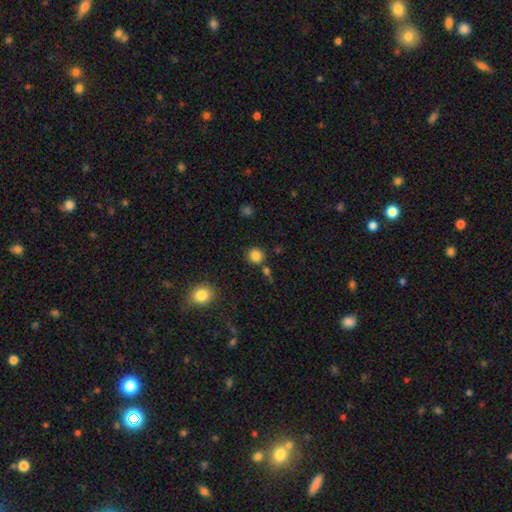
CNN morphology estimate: Smooth or featured? Predicted: smooth (p=0.85). How rounded? Predicted: round (p=0.90). Merging? Predicted: none (p=0.81).